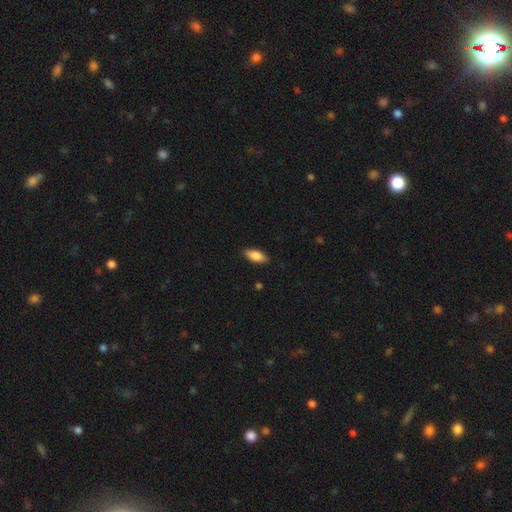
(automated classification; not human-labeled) Smooth or featured? smooth (84%)
How rounded? in between (83%)
Merging? none (87%)